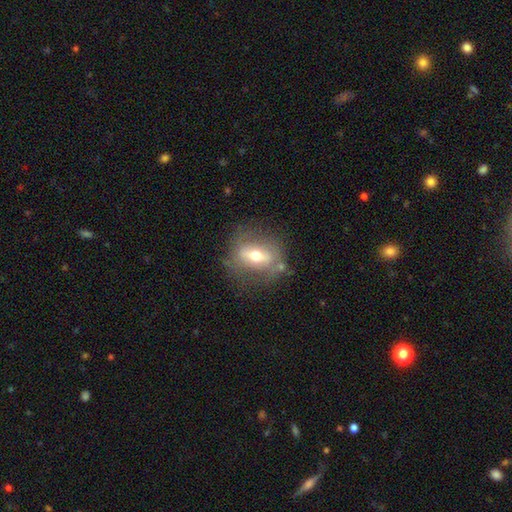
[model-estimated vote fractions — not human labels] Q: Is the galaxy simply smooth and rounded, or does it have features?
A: featured or disk — 52%.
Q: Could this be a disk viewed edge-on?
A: no — 72%.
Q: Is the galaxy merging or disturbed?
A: none — 68%.